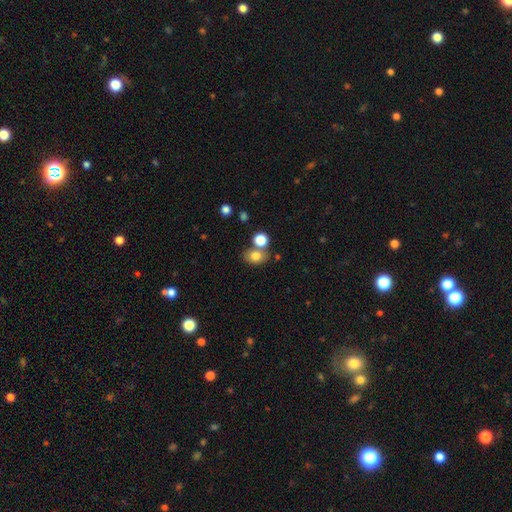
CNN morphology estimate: Smooth or featured?
  - smooth: 79% *
  - star or artifact: 12%
  - featured or disk: 9%
How rounded?
  - in between: 56% *
  - round: 43%
  - cigar-shaped: 1%
Merging?
  - none: 59% *
  - merger: 26%
  - minor disturbance: 11%
  - major disturbance: 4%